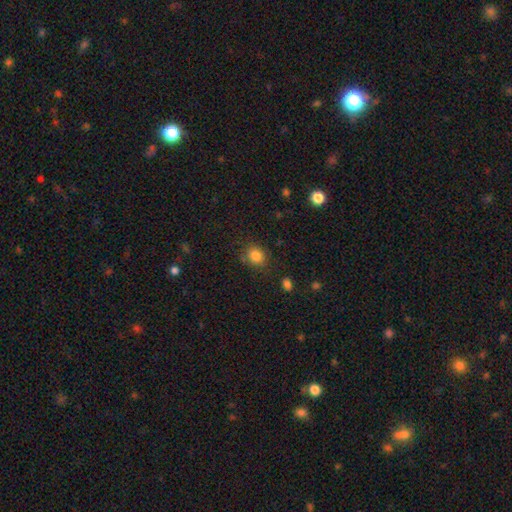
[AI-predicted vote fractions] smooth-or-featured: smooth: 83% | star or artifact: 11% | featured or disk: 5%
  how-rounded: round: 66% | in between: 33% | cigar-shaped: 1%
  merging: none: 79% | minor disturbance: 13% | major disturbance: 4% | merger: 3%